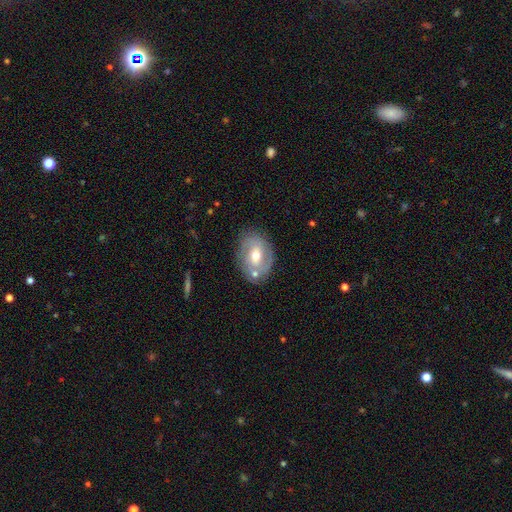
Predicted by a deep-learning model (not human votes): A featured or disk galaxy (65%) with a weak bar (44%), spiral arms (71%) and a moderate central bulge (72%).

Vote fractions:
- Smooth or featured? featured or disk: 65% / smooth: 28% / star or artifact: 7%
- Edge-on disk? no: 94% / yes: 6%
- Bar? weak: 44% / no: 40% / strong: 16%
- Spiral arms? yes: 71% / no: 29%
- Bulge size? moderate: 72% / small: 21% / large: 5% / none: 1% / dominant: 1%
- Merging? none: 72% / minor disturbance: 16% / merger: 7% / major disturbance: 5%